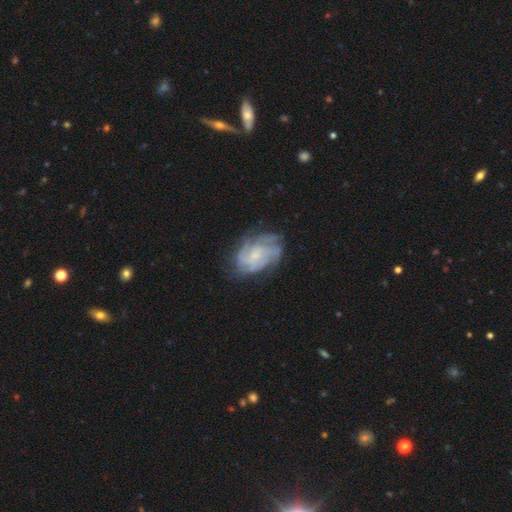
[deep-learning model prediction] featured or disk 76%, smooth 17%, star or artifact 7%. Down the decision tree: edge-on disk — no (97%); bar — no (68%); spiral arms — yes (89%); spiral arm count — can't tell (41%); spiral winding — tight (53%); bulge size — small (60%); merging — none (65%).